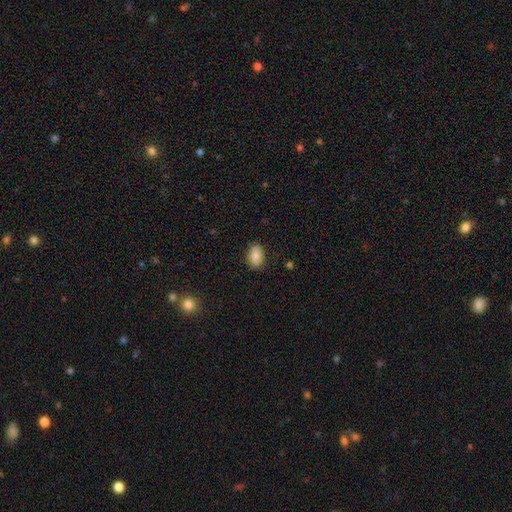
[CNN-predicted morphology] Overall: smooth (84%). How rounded: in between (86%). Merging: none (84%).